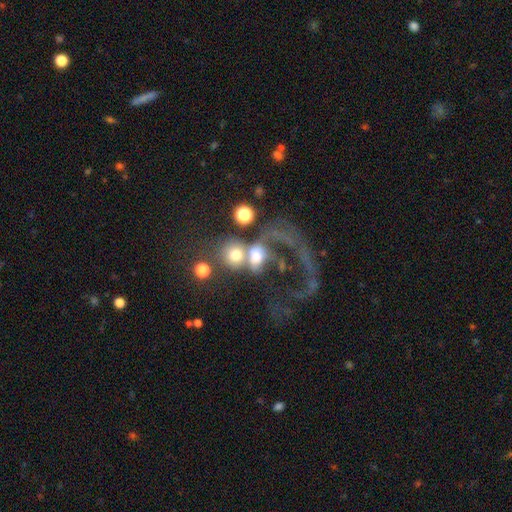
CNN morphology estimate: Smooth or featured? Predicted: smooth (p=0.49). Merging? Predicted: merger (p=0.61).